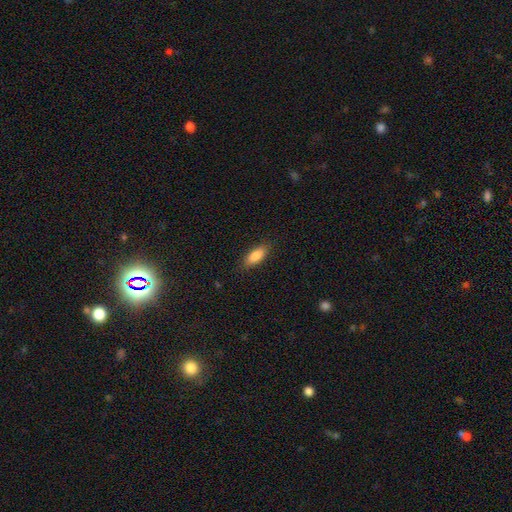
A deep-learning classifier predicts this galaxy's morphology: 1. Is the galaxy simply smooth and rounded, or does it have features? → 84% smooth, 9% featured or disk, 7% star or artifact.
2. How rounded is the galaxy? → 75% in between, 23% cigar-shaped, 2% round.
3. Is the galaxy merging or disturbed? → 86% none, 11% minor disturbance, 2% major disturbance, 1% merger.